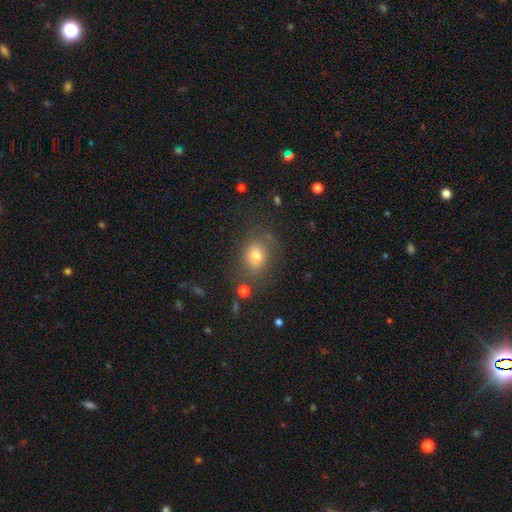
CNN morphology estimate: Q: Smooth or featured?
A: smooth (75%); runner-up: star or artifact (14%)
Q: How rounded?
A: round (50%); runner-up: in between (48%)
Q: Merging?
A: none (70%); runner-up: minor disturbance (17%)